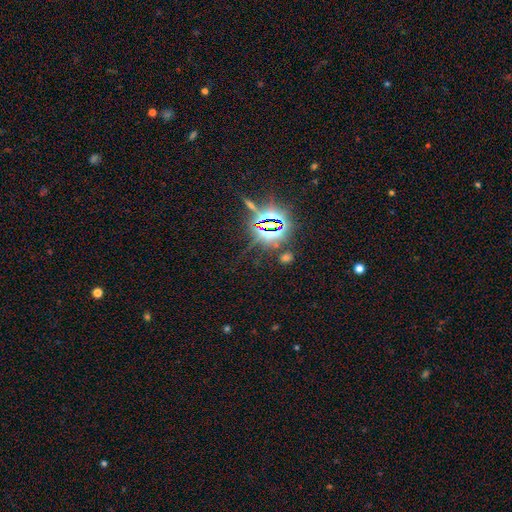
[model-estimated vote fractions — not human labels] This appears to be a star or artifact, not a galaxy (84%).